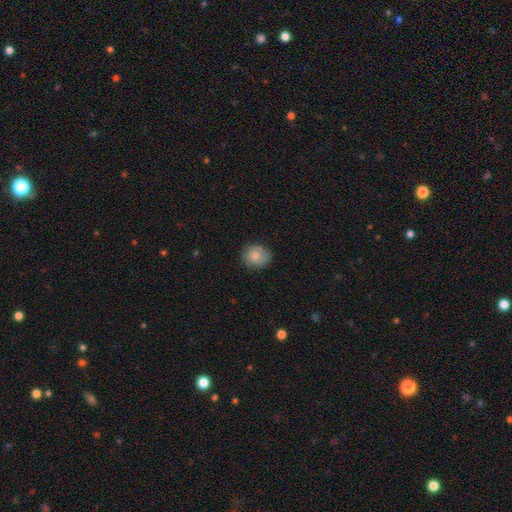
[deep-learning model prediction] smooth-or-featured: smooth: 80% | featured or disk: 12% | star or artifact: 8%
  how-rounded: round: 72% | in between: 28% | cigar-shaped: 1%
  merging: none: 79% | minor disturbance: 16% | major disturbance: 3% | merger: 1%